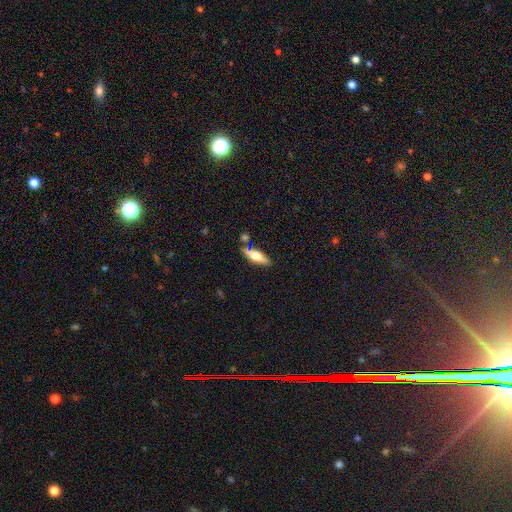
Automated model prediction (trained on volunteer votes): Overall: featured or disk (47%; smooth 46%). Merging: none (75%).